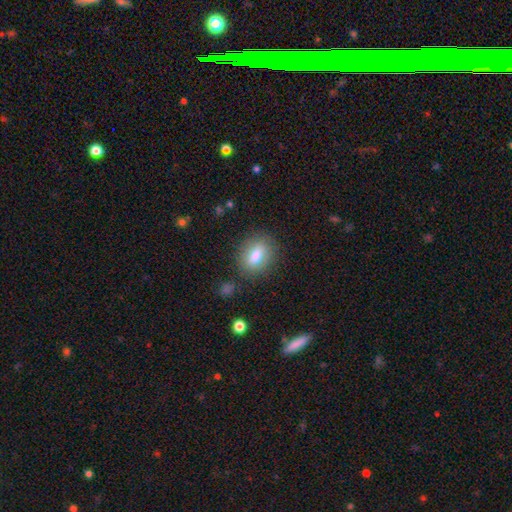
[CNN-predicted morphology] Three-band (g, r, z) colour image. It shows a smooth galaxy with no disk features (76%) that is in between round and cigar-shaped (71%). Merging: none (82%).